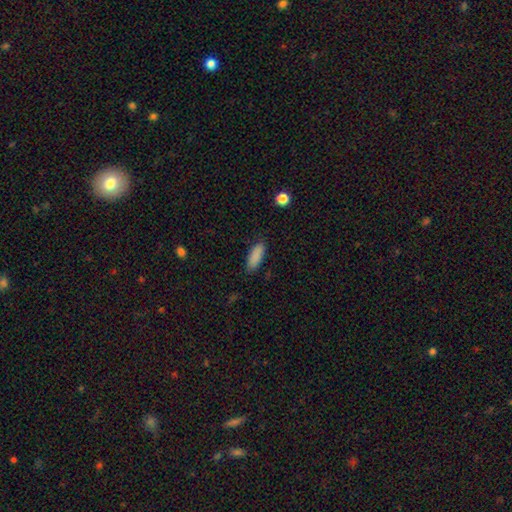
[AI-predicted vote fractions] smooth 88%, star or artifact 7%, featured or disk 4%. Down the decision tree: how rounded — in between (68%); merging — none (85%).